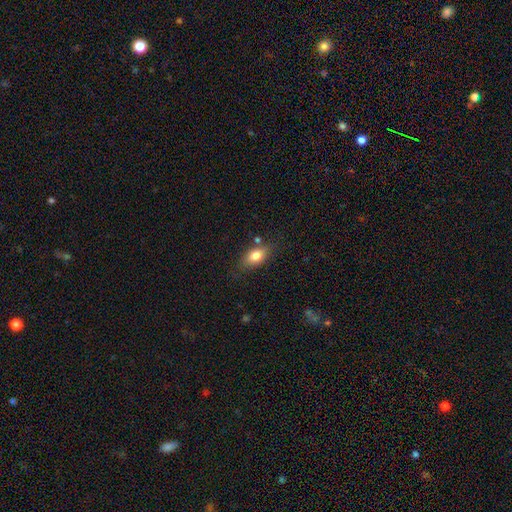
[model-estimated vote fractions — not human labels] This appears to be a smooth galaxy with no disk features (80%) that is in between round and cigar-shaped (84%). Merging: none (74%).